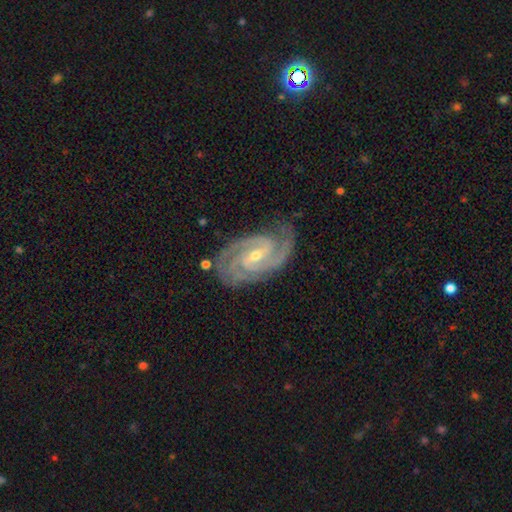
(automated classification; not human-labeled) Smooth or featured? featured or disk (93%)
Edge-on disk? no (97%)
Bar? weak (46%)
Spiral arms? yes (99%)
Spiral winding? tight (65%)
Spiral arm count? 3 (41%)
Bulge size? small (59%)
Merging? none (79%)